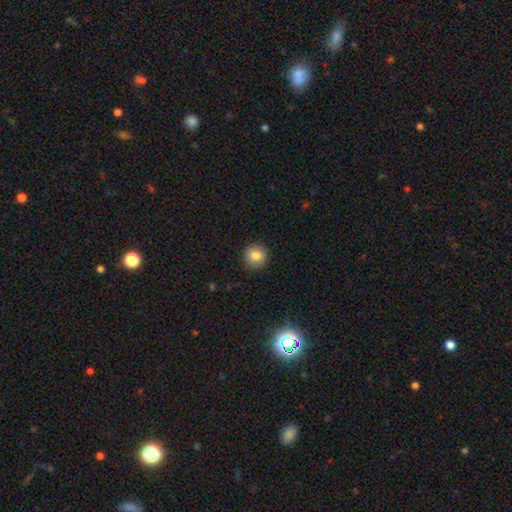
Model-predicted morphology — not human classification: smooth-or-featured: smooth: 83% | star or artifact: 10% | featured or disk: 8%
  how-rounded: round: 93% | in between: 6% | cigar-shaped: 1%
  merging: none: 90% | minor disturbance: 7% | major disturbance: 2% | merger: 1%